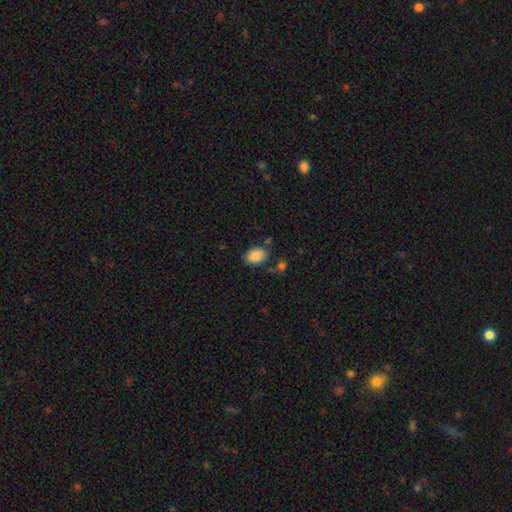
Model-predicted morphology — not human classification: Smooth or featured?
  - smooth: 88% *
  - star or artifact: 8%
  - featured or disk: 4%
How rounded?
  - in between: 86% *
  - round: 13%
  - cigar-shaped: 1%
Merging?
  - none: 76% *
  - minor disturbance: 15%
  - merger: 5%
  - major disturbance: 4%